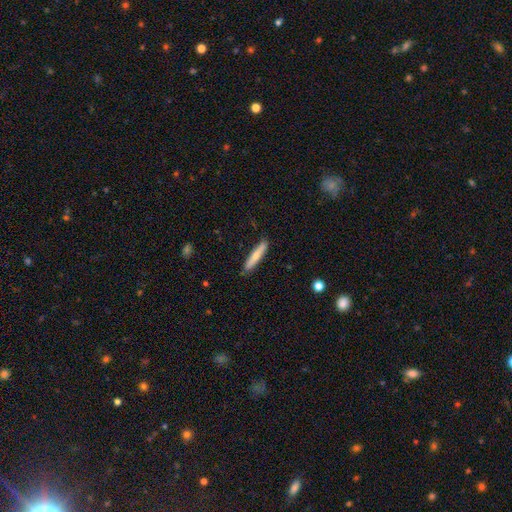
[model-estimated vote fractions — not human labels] smooth 66%, featured or disk 28%, star or artifact 6%. Down the decision tree: how rounded — cigar-shaped (89%); merging — none (86%).